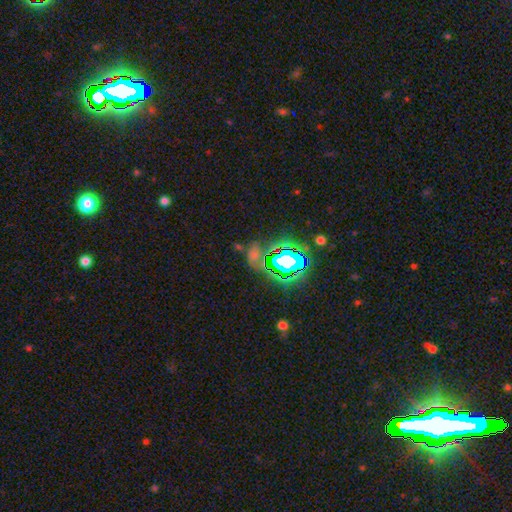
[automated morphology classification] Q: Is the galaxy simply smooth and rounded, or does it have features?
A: star or artifact — 52%.